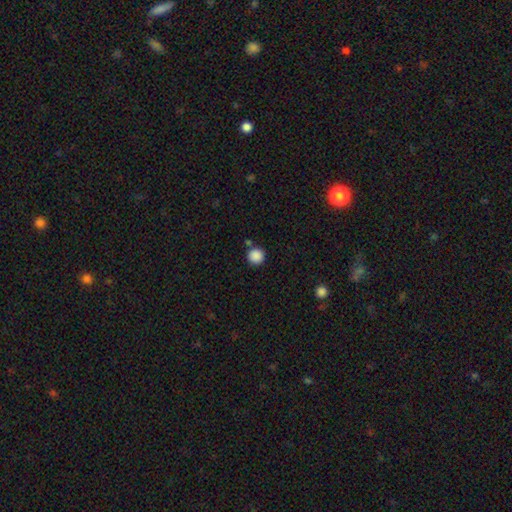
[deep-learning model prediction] Smooth or featured? smooth (88%)
How rounded? round (95%)
Merging? none (84%)